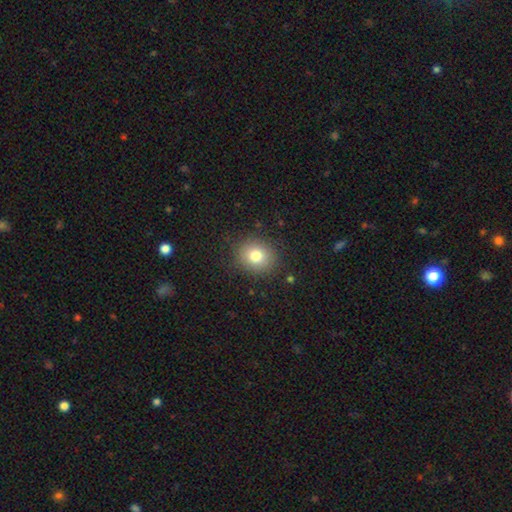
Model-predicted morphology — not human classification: smooth-or-featured: smooth: 78% | star or artifact: 12% | featured or disk: 10%
  how-rounded: round: 78% | in between: 21% | cigar-shaped: 1%
  merging: none: 87% | minor disturbance: 8% | major disturbance: 3% | merger: 1%